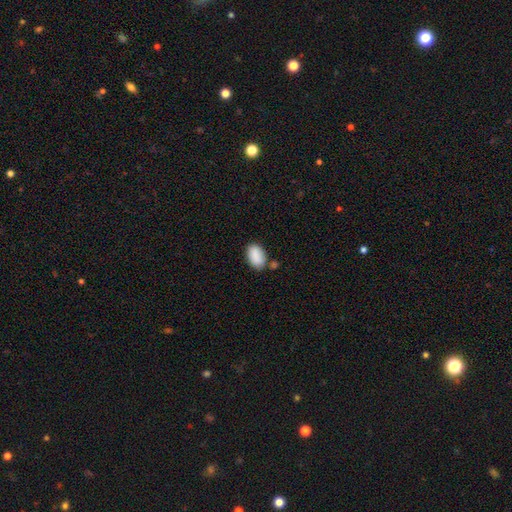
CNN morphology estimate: A smooth galaxy with no disk features (89%) that is in between round and cigar-shaped (92%).

Vote fractions:
- Smooth or featured? smooth: 89% / star or artifact: 7% / featured or disk: 4%
- How rounded? in between: 92% / round: 7% / cigar-shaped: 1%
- Merging? none: 72% / minor disturbance: 16% / merger: 9% / major disturbance: 4%